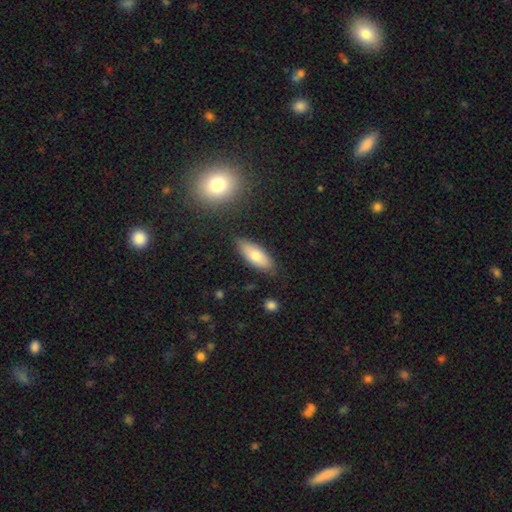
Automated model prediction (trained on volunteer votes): smooth-or-featured: smooth: 75% | featured or disk: 18% | star or artifact: 7%
  how-rounded: in between: 73% | cigar-shaped: 24% | round: 2%
  merging: none: 81% | minor disturbance: 13% | major disturbance: 3% | merger: 3%